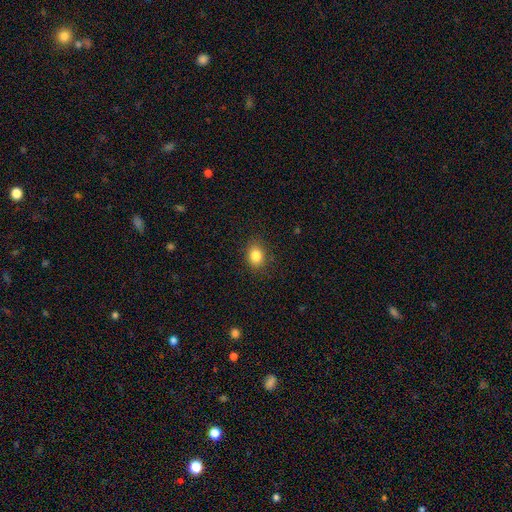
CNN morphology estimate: Smooth or featured?
  - smooth: 84% *
  - star or artifact: 10%
  - featured or disk: 6%
How rounded?
  - in between: 56% *
  - round: 43%
  - cigar-shaped: 1%
Merging?
  - none: 87% *
  - minor disturbance: 9%
  - major disturbance: 3%
  - merger: 1%